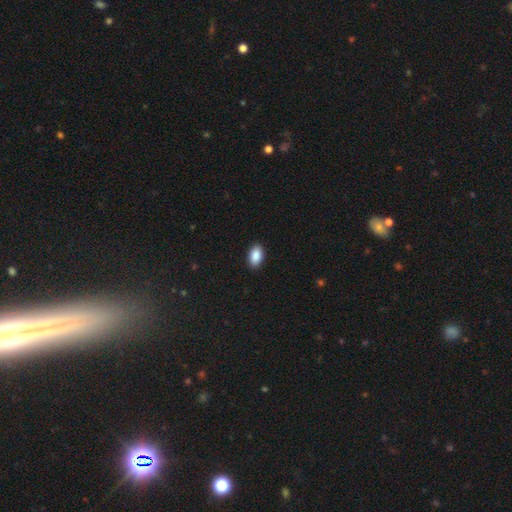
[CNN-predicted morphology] Smooth or featured: smooth — 90% (star or artifact — 7%)
How rounded: in between — 93% (round — 5%)
Merging: none — 90% (minor disturbance — 7%)